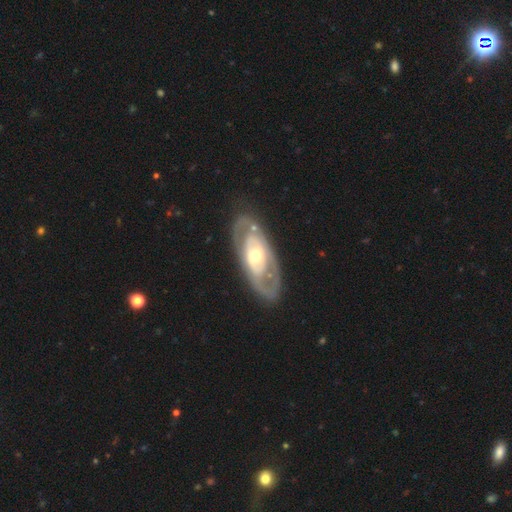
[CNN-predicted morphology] This appears to be a featured or disk galaxy (72%) with no bar (76%), no spiral arms (63%) and a moderate central bulge (67%). Merging: none (79%).